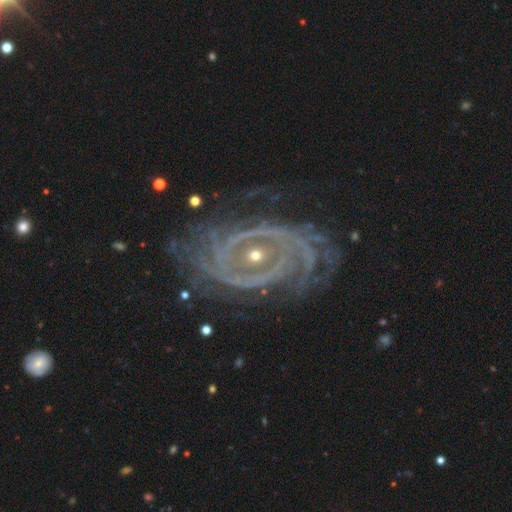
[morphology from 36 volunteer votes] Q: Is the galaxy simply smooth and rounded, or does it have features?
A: featured or disk — 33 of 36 (92%).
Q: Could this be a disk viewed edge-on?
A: no — 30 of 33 (91%).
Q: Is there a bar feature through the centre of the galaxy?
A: no — 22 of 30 (73%).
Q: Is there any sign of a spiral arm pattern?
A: yes — 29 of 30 (97%).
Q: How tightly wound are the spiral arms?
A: tight — 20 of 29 (69%).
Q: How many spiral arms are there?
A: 3 — 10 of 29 (34%).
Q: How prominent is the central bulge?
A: moderate — 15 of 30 (50%, tied with small).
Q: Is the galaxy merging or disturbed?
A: none — 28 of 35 (80%).